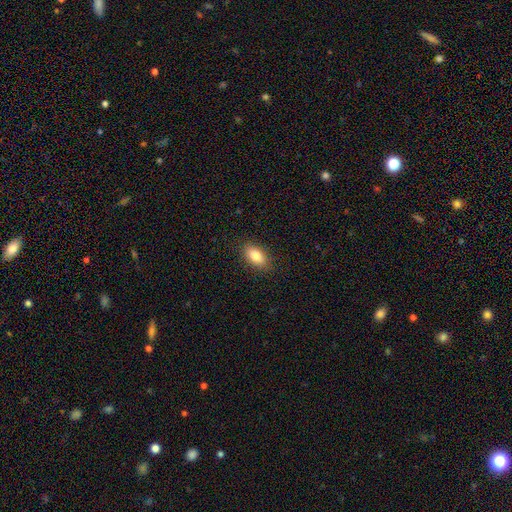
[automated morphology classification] smooth-or-featured: smooth: 83% | featured or disk: 9% | star or artifact: 8%
  how-rounded: in between: 89% | round: 6% | cigar-shaped: 5%
  merging: none: 88% | minor disturbance: 9% | major disturbance: 2% | merger: 1%